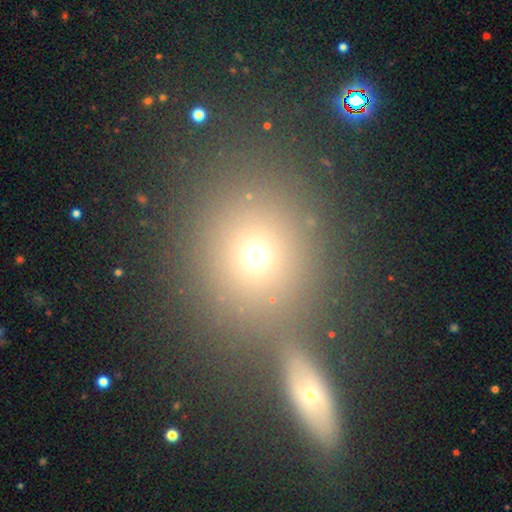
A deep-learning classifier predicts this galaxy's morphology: smooth 66%, star or artifact 20%, featured or disk 13%. Down the decision tree: how rounded — round (79%); merging — none (65%).